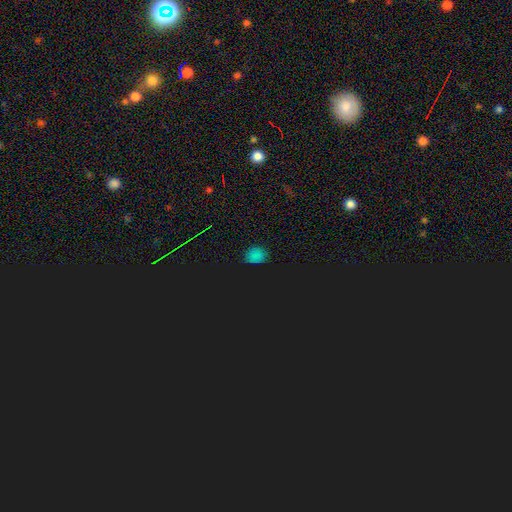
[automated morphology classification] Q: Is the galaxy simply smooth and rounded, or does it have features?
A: smooth — 63%.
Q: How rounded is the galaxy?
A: round — 63%.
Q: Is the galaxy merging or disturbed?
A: none — 84%.